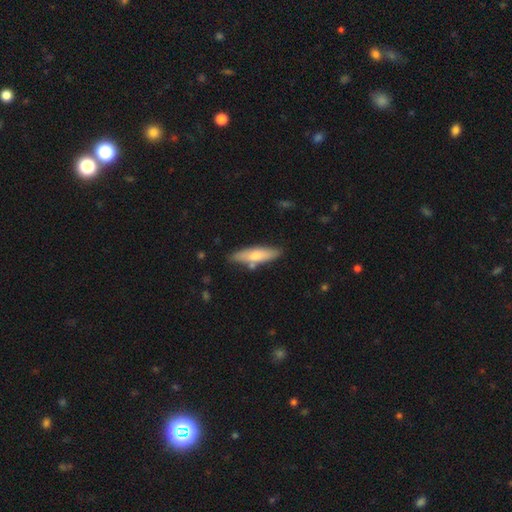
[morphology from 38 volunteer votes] A smooth galaxy with no disk features (68%) that is cigar-shaped (50%). Merging: none (81%).